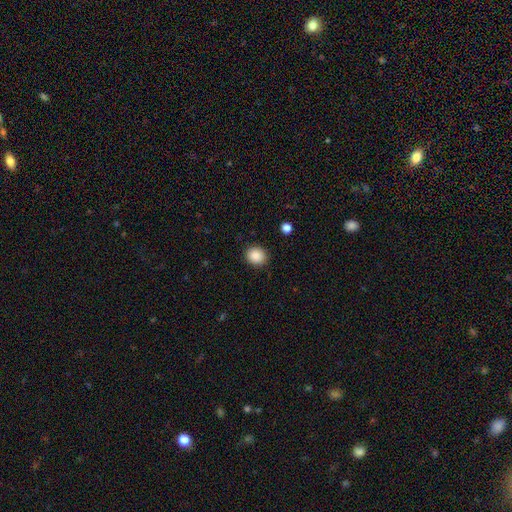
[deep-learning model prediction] This is clearly a smooth galaxy (88%). How rounded: likely round (69%). Merging: clearly none (90%).